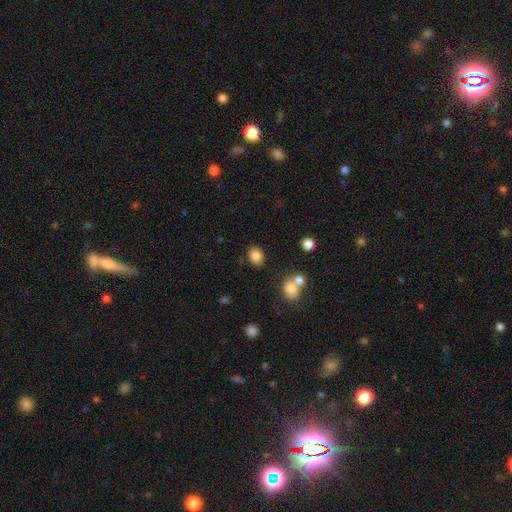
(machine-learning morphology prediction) The model was most divided on "how rounded": in between: 56%, round: 43%, cigar-shaped: 1%. More confident: smooth or featured — smooth (84%); merging — none (82%).